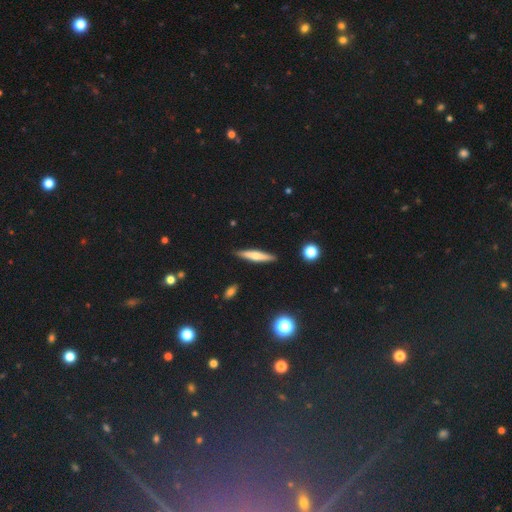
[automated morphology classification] The model was most divided on "smooth or featured": smooth: 48%, featured or disk: 44%, star or artifact: 7%. More confident: merging — none (89%).